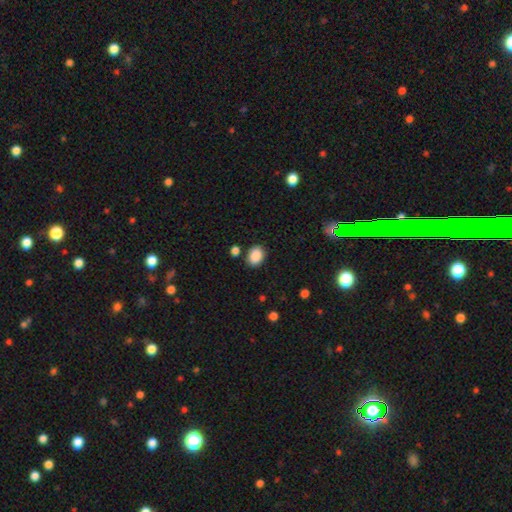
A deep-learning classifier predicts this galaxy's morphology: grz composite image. It shows a smooth galaxy with no disk features (89%) that is in between round and cigar-shaped (64%). Merging: none (83%).